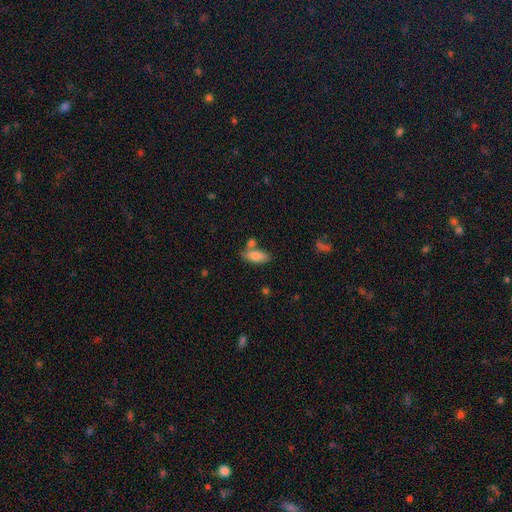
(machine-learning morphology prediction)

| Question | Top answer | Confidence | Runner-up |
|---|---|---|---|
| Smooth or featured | smooth | 82% | featured or disk (11%) |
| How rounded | in between | 84% | cigar-shaped (14%) |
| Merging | none | 59% | merger (22%) |